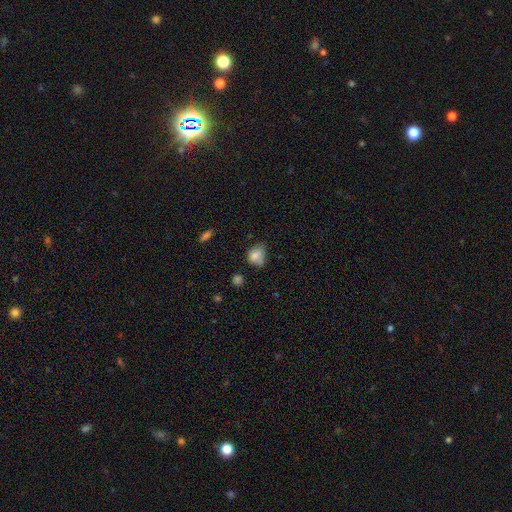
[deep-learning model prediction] Morphology: type=smooth (80%); roundness=in between (50%); merging=none (45%).